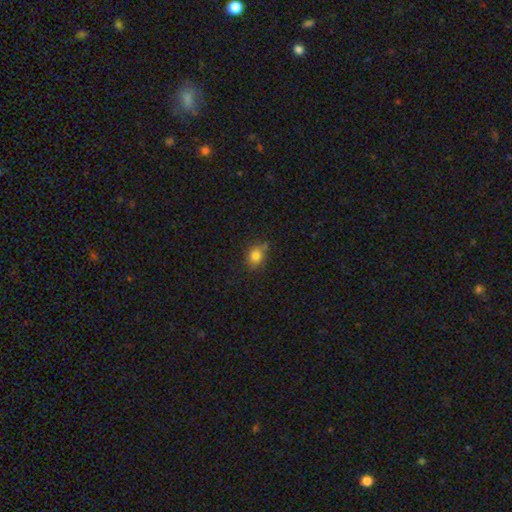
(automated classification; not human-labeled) Morphology: type=smooth (81%); roundness=round (56%); merging=none (69%).